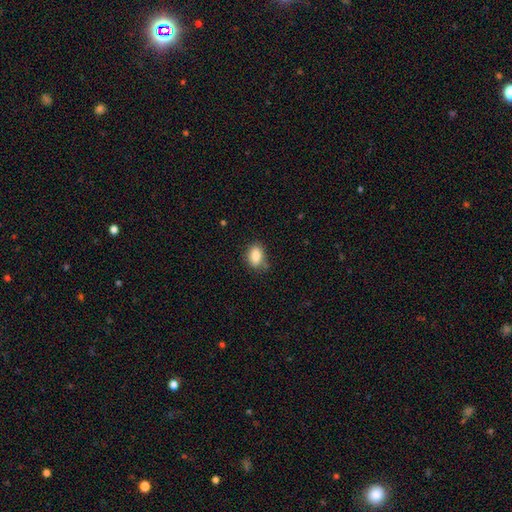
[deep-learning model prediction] This is clearly a smooth galaxy (85%). How rounded: clearly in between (83%). Merging: likely none (70%).